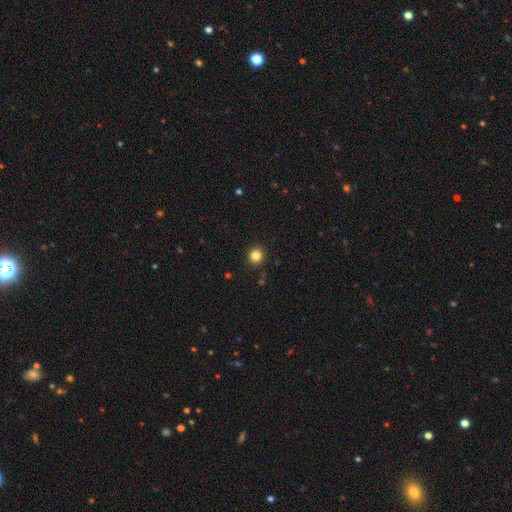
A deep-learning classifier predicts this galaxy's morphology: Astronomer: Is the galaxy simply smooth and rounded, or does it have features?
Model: smooth — 83%.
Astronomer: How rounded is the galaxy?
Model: round — 95%.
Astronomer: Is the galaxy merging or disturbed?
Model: none — 92%.